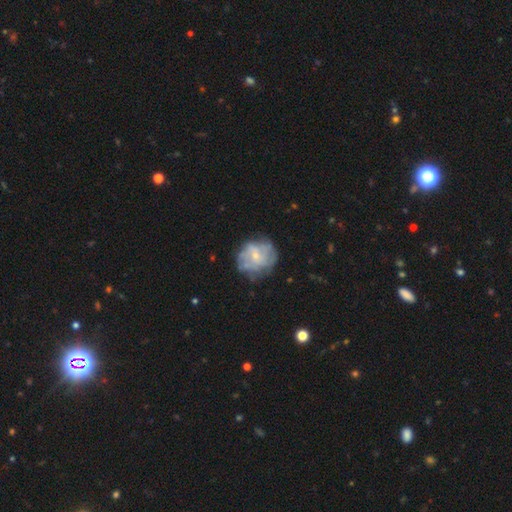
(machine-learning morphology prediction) Q: Smooth or featured?
A: featured or disk (57%); runner-up: smooth (34%)
Q: Edge-on disk?
A: no (97%); runner-up: yes (3%)
Q: Bar?
A: no (75%); runner-up: weak (21%)
Q: Spiral arms?
A: yes (56%); runner-up: no (44%)
Q: Bulge size?
A: small (70%); runner-up: moderate (25%)
Q: Merging?
A: none (64%); runner-up: minor disturbance (22%)